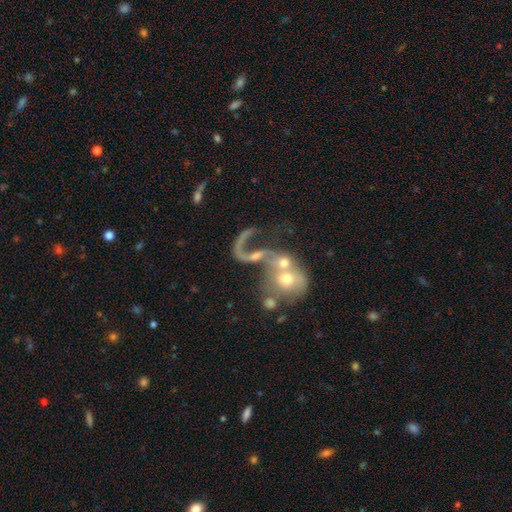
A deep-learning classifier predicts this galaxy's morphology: A featured or disk galaxy (66%) with no bar (69%), spiral arms (63%) and a moderate central bulge (51%).

Vote fractions:
- Smooth or featured? featured or disk: 66% / smooth: 20% / star or artifact: 13%
- Edge-on disk? no: 96% / yes: 4%
- Bar? no: 69% / weak: 22% / strong: 8%
- Spiral arms? yes: 63% / no: 37%
- Bulge size? moderate: 51% / small: 30% / none: 8% / large: 7% / dominant: 3%
- Merging? merger: 67% / major disturbance: 15% / none: 12% / minor disturbance: 6%